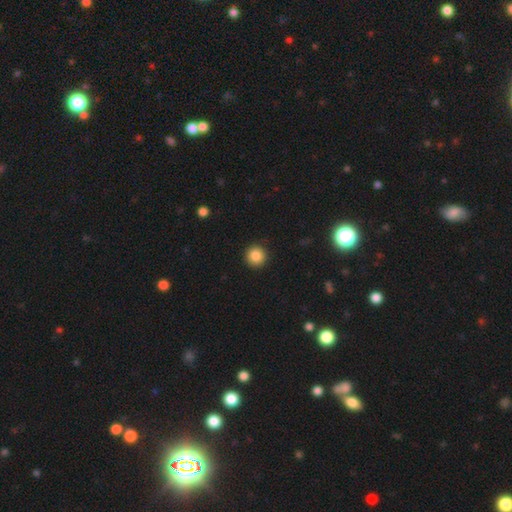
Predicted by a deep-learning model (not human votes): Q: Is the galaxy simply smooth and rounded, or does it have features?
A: smooth — 86%.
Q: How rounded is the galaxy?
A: round — 95%.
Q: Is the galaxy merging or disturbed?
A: none — 91%.